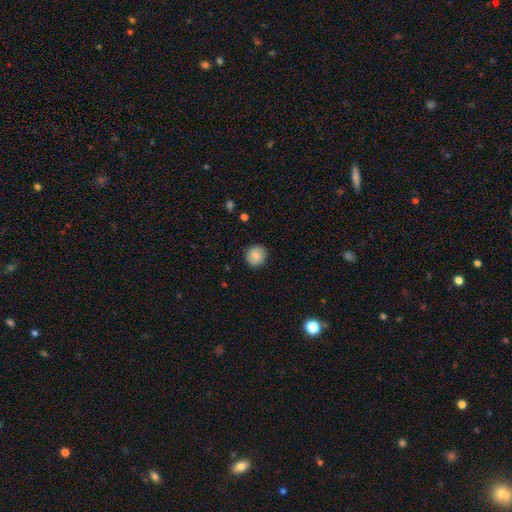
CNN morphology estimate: Smooth or featured? smooth (86%)
How rounded? round (93%)
Merging? none (90%)